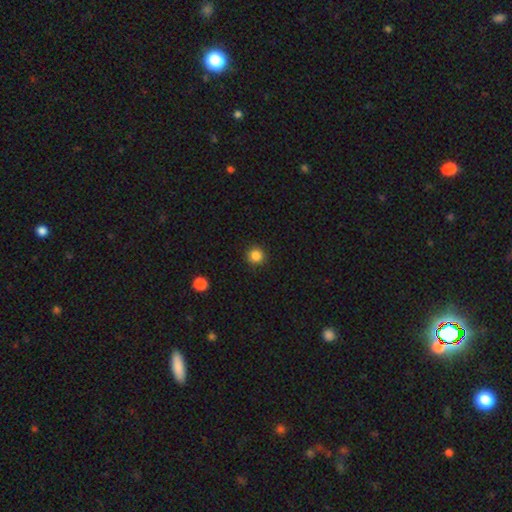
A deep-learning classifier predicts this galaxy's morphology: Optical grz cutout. It shows a smooth galaxy with no disk features (85%) that is round (95%). Merging: none (92%).